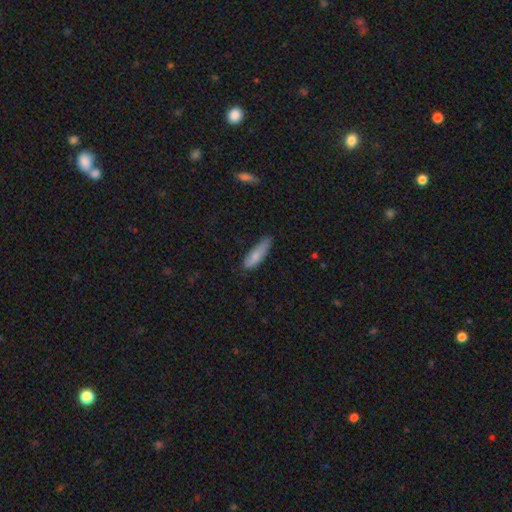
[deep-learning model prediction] Q: Smooth or featured?
A: smooth (79%); runner-up: featured or disk (15%)
Q: How rounded?
A: cigar-shaped (60%); runner-up: in between (39%)
Q: Merging?
A: none (63%); runner-up: minor disturbance (30%)